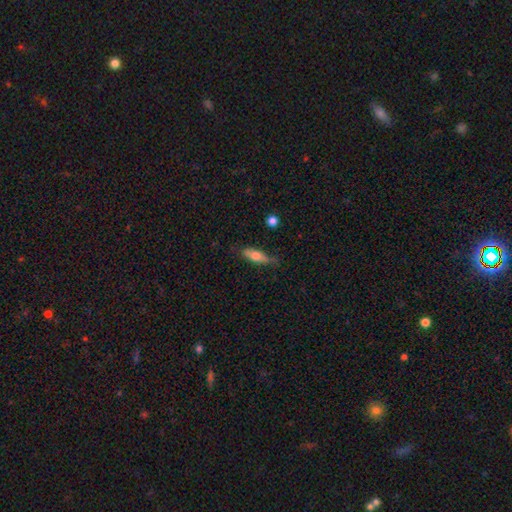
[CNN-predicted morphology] A smooth galaxy with no disk features (66%) that is in between round and cigar-shaped (52%).

Vote fractions:
- Smooth or featured? smooth: 66% / featured or disk: 28% / star or artifact: 6%
- How rounded? in between: 52% / cigar-shaped: 45% / round: 3%
- Merging? none: 66% / minor disturbance: 26% / major disturbance: 6% / merger: 2%